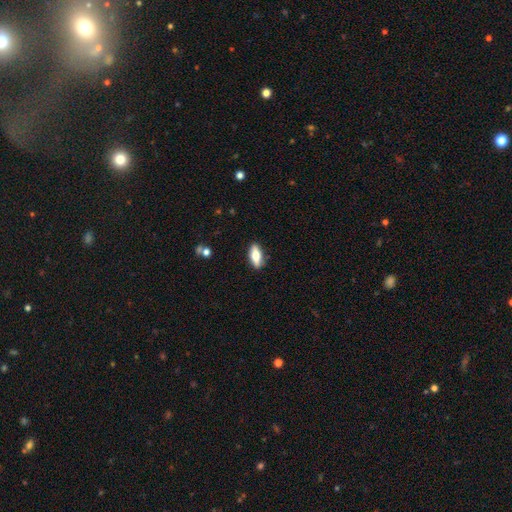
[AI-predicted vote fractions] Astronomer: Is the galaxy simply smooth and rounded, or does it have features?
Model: smooth — 65%.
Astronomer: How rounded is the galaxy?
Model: in between — 74%.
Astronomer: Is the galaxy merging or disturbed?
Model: none — 87%.